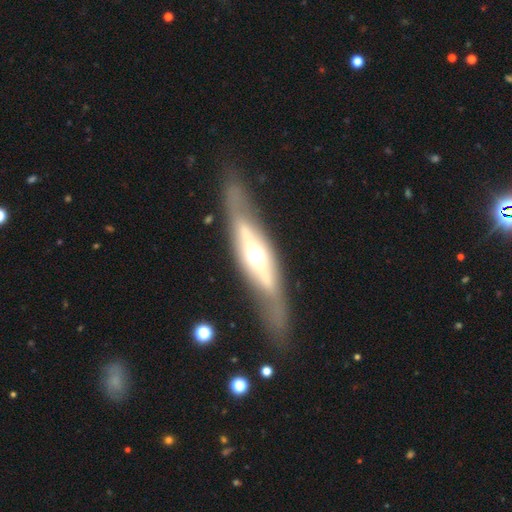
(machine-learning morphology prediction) featured or disk 68%, smooth 26%, star or artifact 6%. Down the decision tree: edge-on disk — yes (75%); edge-on bulge — rounded (87%); merging — none (80%).